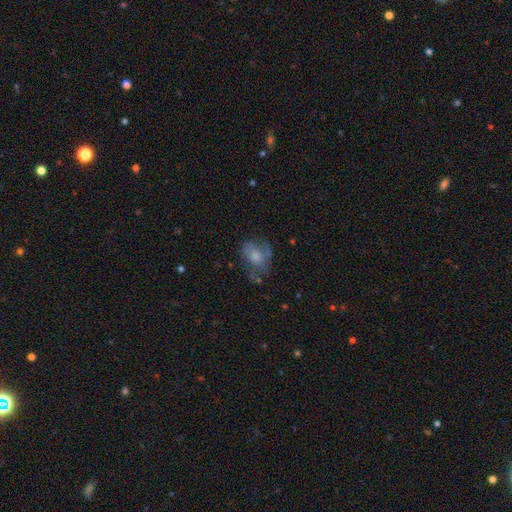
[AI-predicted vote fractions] Overall: smooth (58%; featured or disk 33%). How rounded: in between (72%). Merging: none (42%; minor disturbance 29%).